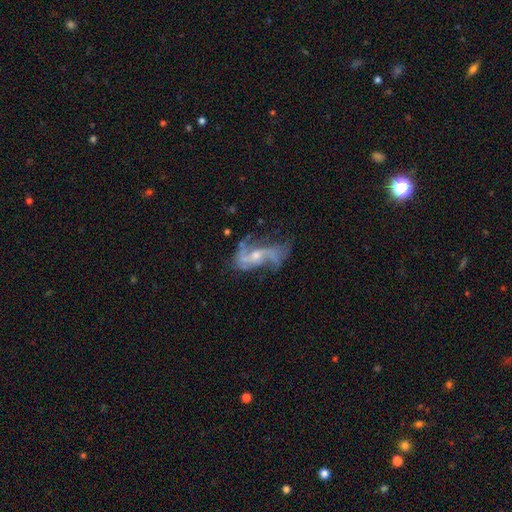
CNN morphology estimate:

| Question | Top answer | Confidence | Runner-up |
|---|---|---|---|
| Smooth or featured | featured or disk | 85% | smooth (8%) |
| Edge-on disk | no | 95% | yes (5%) |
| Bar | no | 49% | weak (39%) |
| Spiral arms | yes | 92% | no (8%) |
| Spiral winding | loose | 70% | medium (24%) |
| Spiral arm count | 2 | 80% | 3 (6%) |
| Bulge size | small | 46% | moderate (45%) |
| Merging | none | 53% | minor disturbance (21%) |